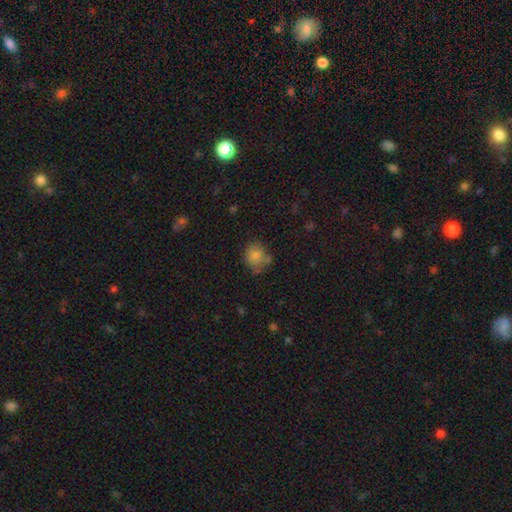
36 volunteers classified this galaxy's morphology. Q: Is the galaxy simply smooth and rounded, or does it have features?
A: smooth — 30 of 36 (83%).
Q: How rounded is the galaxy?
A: round — 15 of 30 (50%, tied with in between).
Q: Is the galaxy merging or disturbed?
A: none — 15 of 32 (47%).